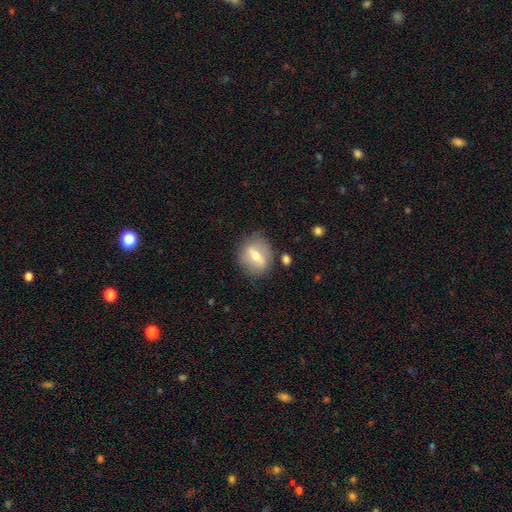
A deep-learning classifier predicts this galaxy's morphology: Smooth or featured: featured or disk — 53% (smooth — 39%)
Edge-on disk: no — 77% (yes — 23%)
Merging: none — 76% (minor disturbance — 16%)